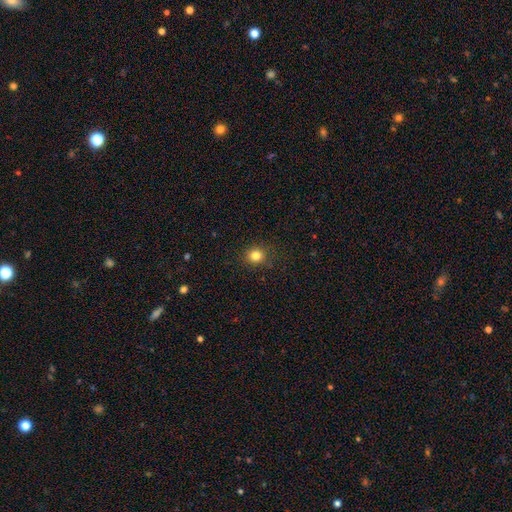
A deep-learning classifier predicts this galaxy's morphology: Overall: smooth (83%). How rounded: round (85%). Merging: none (88%).